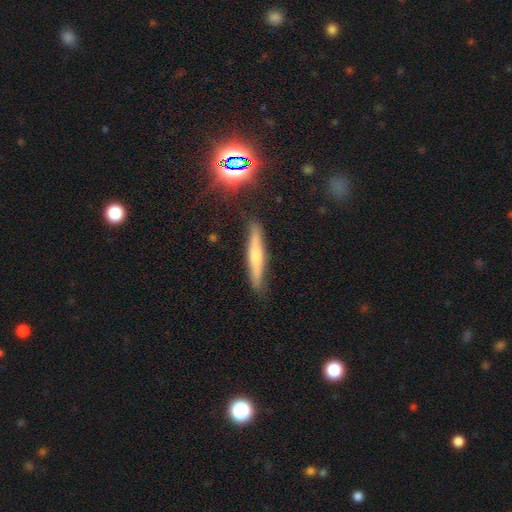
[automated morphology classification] A featured or disk galaxy (56%) viewed edge-on (91%) with a rounded central bulge (83%).

Vote fractions:
- Smooth or featured? featured or disk: 56% / smooth: 30% / star or artifact: 14%
- Edge-on disk? yes: 91% / no: 9%
- Edge-on bulge? rounded: 83% / none: 13% / boxy: 4%
- Merging? none: 84% / minor disturbance: 11% / major disturbance: 2% / merger: 2%